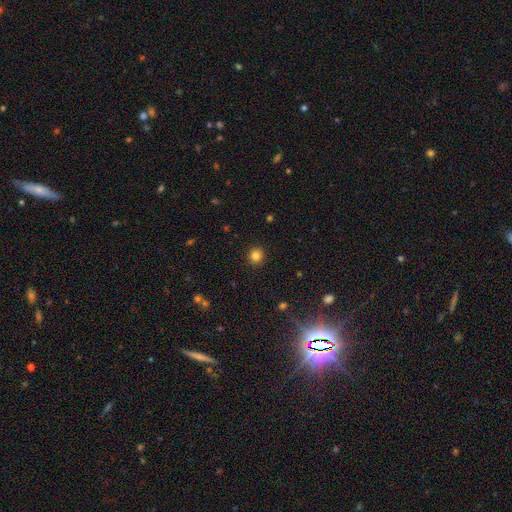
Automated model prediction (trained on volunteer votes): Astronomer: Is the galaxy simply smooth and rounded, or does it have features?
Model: smooth — 83%.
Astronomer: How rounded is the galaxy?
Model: round — 91%.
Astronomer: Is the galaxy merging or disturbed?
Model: none — 92%.